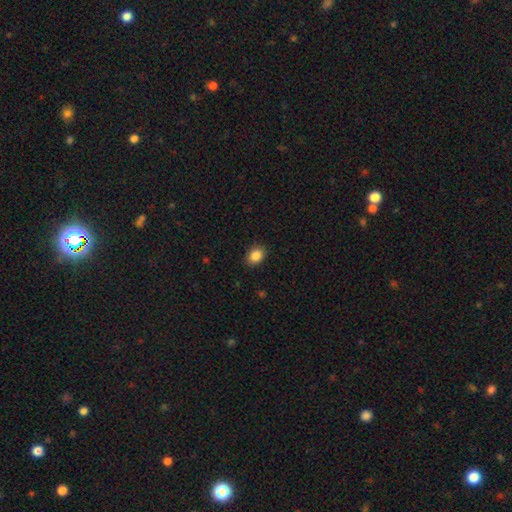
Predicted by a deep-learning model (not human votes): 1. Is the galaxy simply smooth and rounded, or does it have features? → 87% smooth, 9% star or artifact, 4% featured or disk.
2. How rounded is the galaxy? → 64% in between, 35% round, 1% cigar-shaped.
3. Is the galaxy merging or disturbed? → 88% none, 9% minor disturbance, 2% major disturbance, 1% merger.